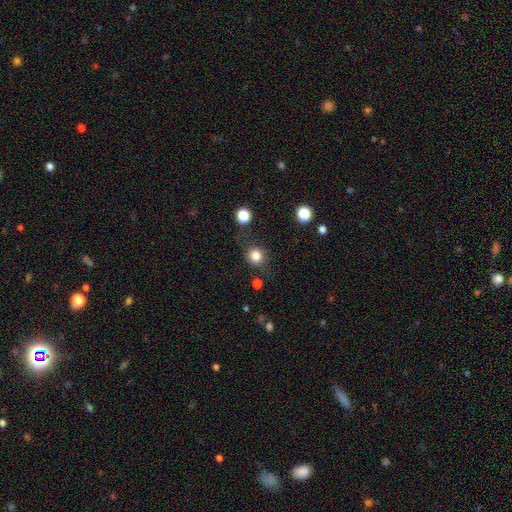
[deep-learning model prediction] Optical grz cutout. It shows a smooth galaxy with no disk features (82%) that is round (84%). Merging: none (78%).